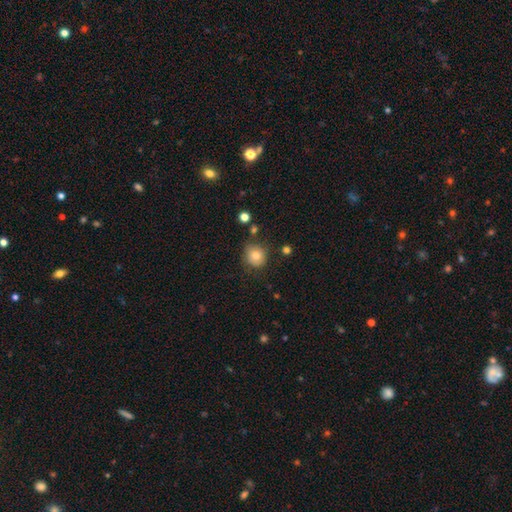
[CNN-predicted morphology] A smooth galaxy with no disk features (78%) that is round (85%).

Vote fractions:
- Smooth or featured? smooth: 78% / featured or disk: 12% / star or artifact: 11%
- How rounded? round: 85% / in between: 14% / cigar-shaped: 1%
- Merging? none: 76% / minor disturbance: 17% / major disturbance: 4% / merger: 3%